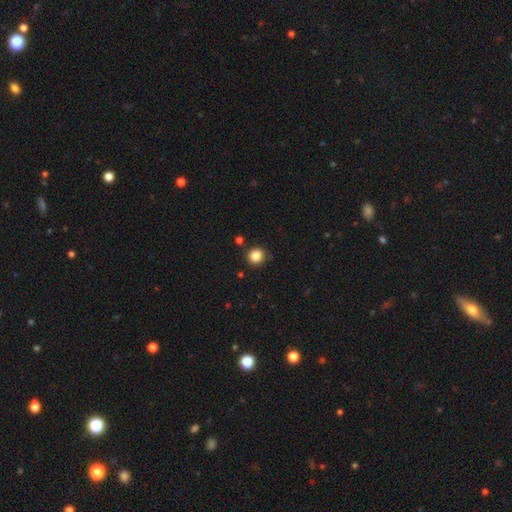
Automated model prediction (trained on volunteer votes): Overall: smooth (85%). How rounded: round (92%). Merging: none (89%).